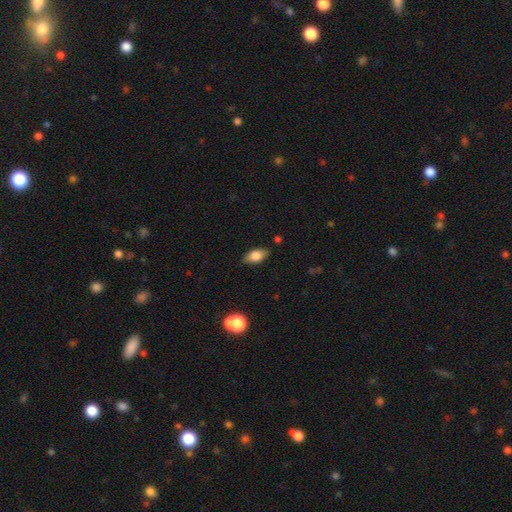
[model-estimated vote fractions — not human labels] Smooth or featured? Predicted: smooth (p=0.78). How rounded? Predicted: in between (p=0.88). Merging? Predicted: none (p=0.83).